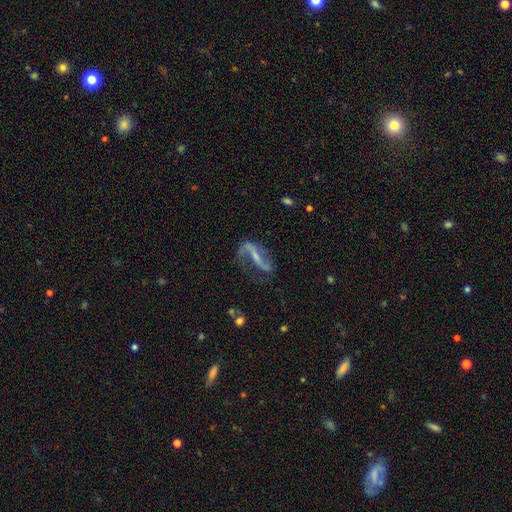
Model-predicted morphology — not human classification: Smooth or featured? featured or disk (81%)
Edge-on disk? no (91%)
Bar? strong (51%)
Spiral arms? yes (90%)
Spiral winding? loose (77%)
Spiral arm count? 2 (81%)
Bulge size? small (53%)
Merging? none (52%)